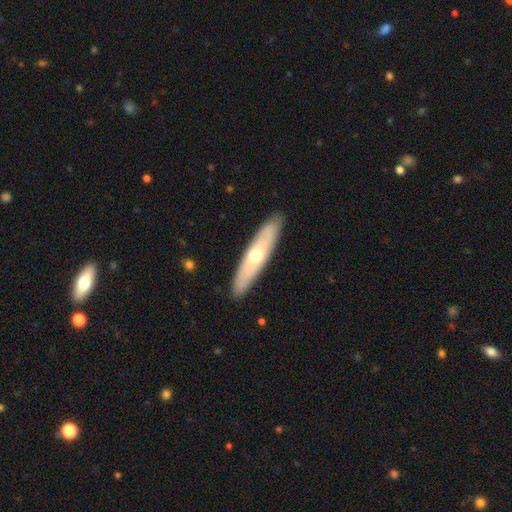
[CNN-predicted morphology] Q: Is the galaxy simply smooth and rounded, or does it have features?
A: smooth — 49%.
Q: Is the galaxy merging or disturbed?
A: none — 89%.